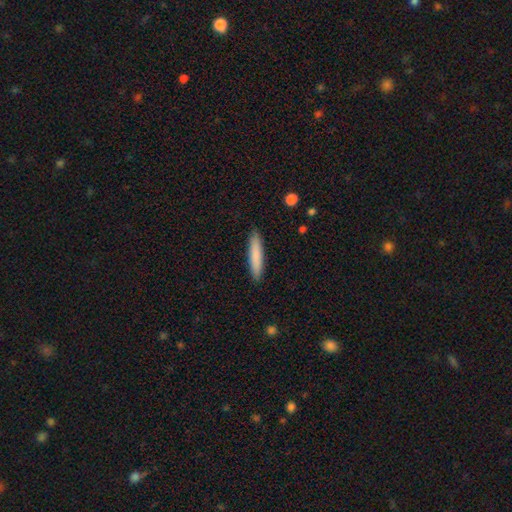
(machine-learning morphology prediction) This appears to be a smooth galaxy with no disk features (82%) that is cigar-shaped (89%). Merging: none (90%).